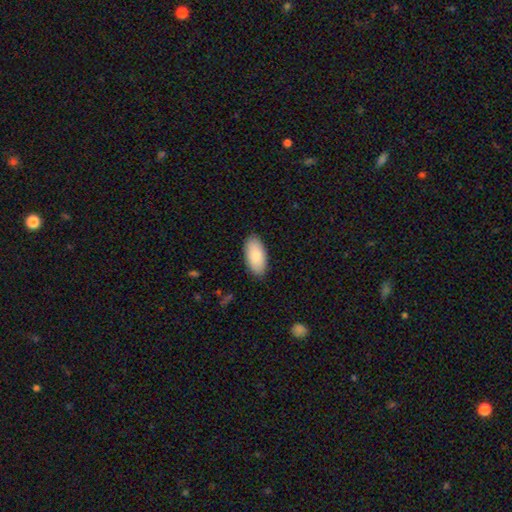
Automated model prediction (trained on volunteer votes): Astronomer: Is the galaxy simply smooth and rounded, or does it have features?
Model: smooth — 86%.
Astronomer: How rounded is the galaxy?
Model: in between — 94%.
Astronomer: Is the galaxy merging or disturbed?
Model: none — 87%.